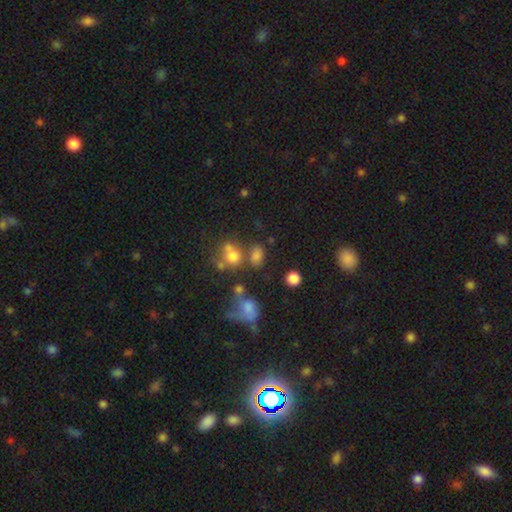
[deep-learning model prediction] This is likely a smooth galaxy (67%). How rounded: possibly in between (50%). Merging: possibly none (48%).